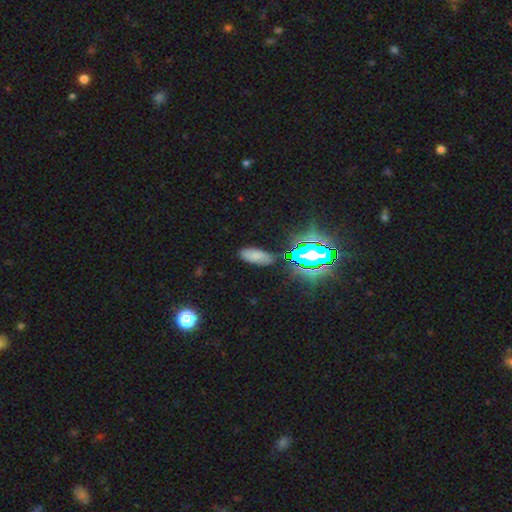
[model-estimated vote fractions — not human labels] smooth_or_featured: smooth (p=0.65) [alt: star or artifact p=0.24]
how_rounded: in between (p=0.84) [alt: cigar-shaped p=0.13]
merging: none (p=0.79) [alt: minor disturbance p=0.14]